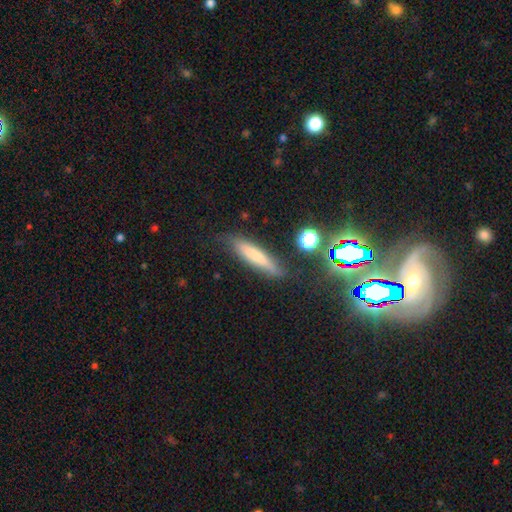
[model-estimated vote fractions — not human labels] Smooth or featured? smooth (67%)
How rounded? cigar-shaped (87%)
Merging? none (77%)